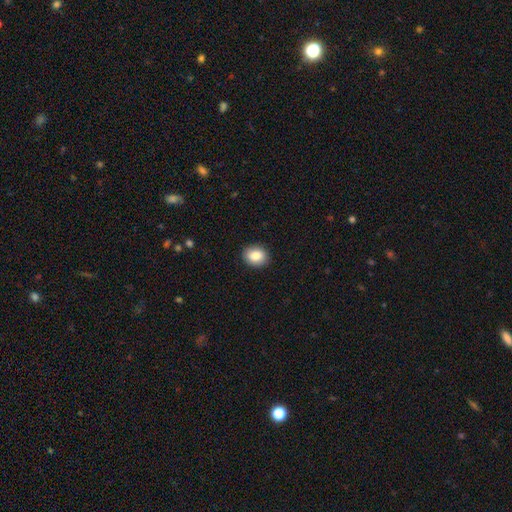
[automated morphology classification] Smooth or featured? Predicted: smooth (p=0.85). How rounded? Predicted: round (p=0.51). Merging? Predicted: none (p=0.90).